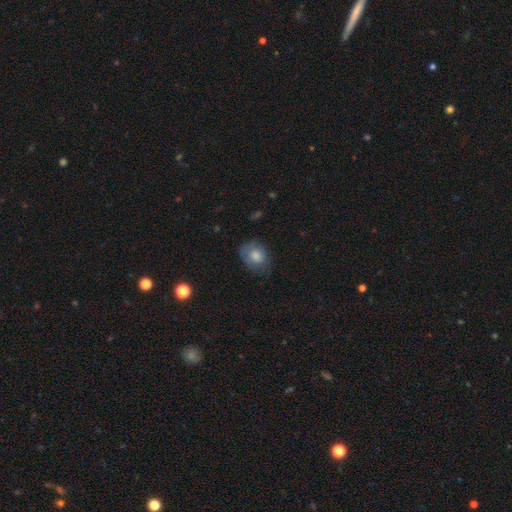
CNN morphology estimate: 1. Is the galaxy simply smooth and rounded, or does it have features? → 76% smooth, 16% featured or disk, 8% star or artifact.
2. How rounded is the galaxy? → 51% in between, 48% round, 1% cigar-shaped.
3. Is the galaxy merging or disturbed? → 60% none, 27% minor disturbance, 11% major disturbance, 1% merger.